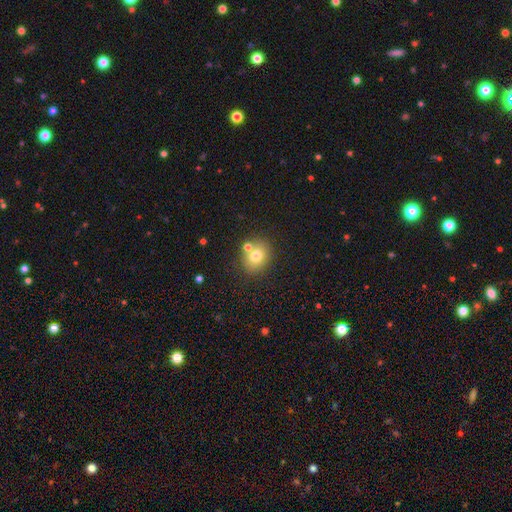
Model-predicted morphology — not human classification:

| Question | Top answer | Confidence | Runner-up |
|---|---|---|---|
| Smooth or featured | smooth | 75% | featured or disk (13%) |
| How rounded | round | 60% | in between (39%) |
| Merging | none | 70% | merger (16%) |